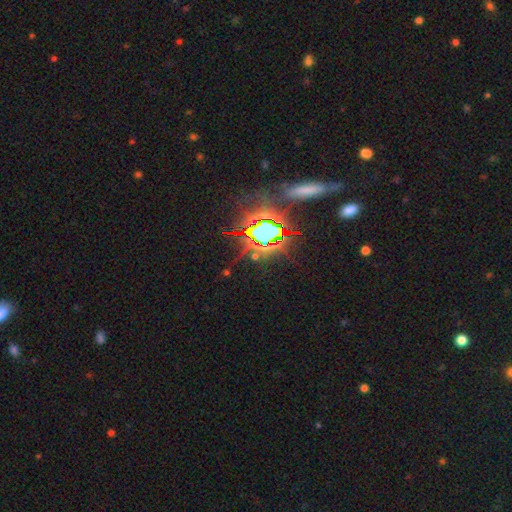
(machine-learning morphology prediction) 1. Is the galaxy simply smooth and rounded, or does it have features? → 76% star or artifact, 13% smooth, 11% featured or disk.